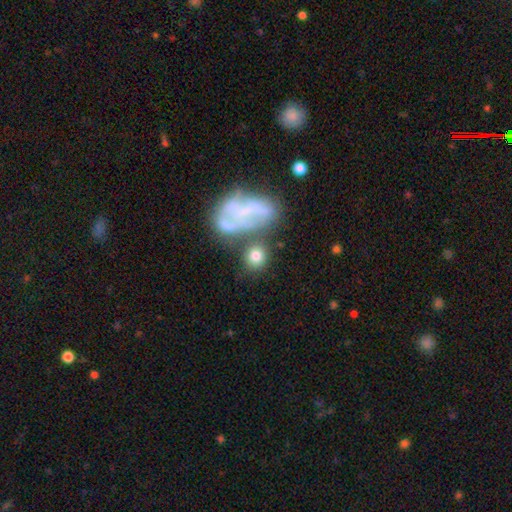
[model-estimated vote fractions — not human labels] Smooth or featured? smooth (77%)
How rounded? round (78%)
Merging? none (61%)